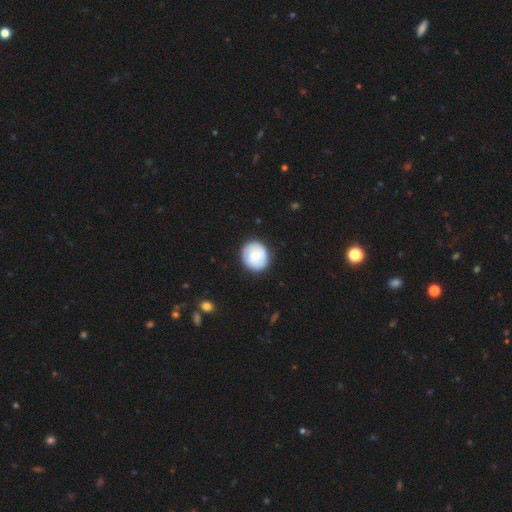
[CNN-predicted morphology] Q: Smooth or featured?
A: smooth (76%); runner-up: featured or disk (18%)
Q: How rounded?
A: round (85%); runner-up: in between (14%)
Q: Merging?
A: none (87%); runner-up: minor disturbance (10%)